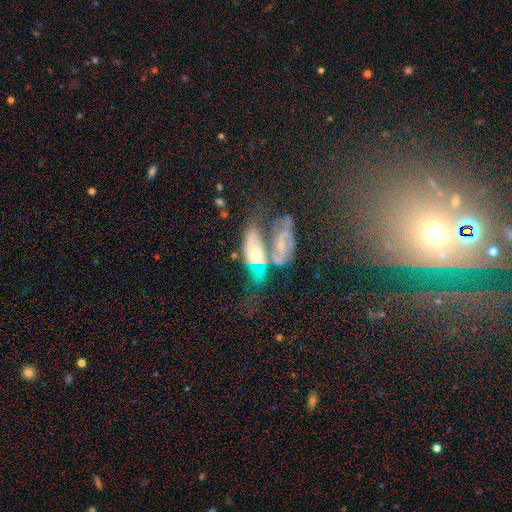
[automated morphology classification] This is likely a featured or disk galaxy (64%). It is clearly not viewed edge-on (87%). Bar: likely no (70%). Spiral arm pattern: likely yes (65%). Central bulge: possibly moderate (50%). Merging: likely merger (64%).